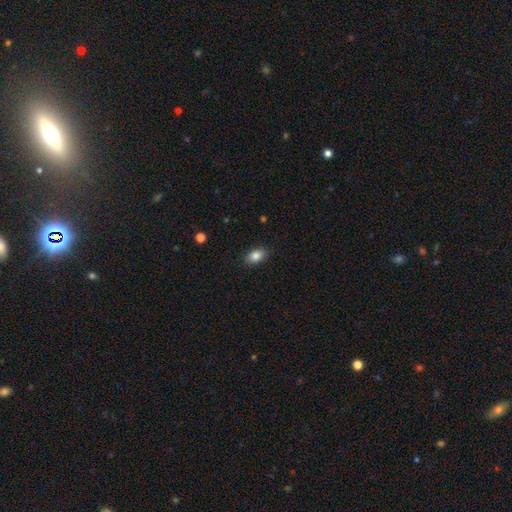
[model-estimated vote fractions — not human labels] This appears to be a smooth galaxy with no disk features (85%) that is in between round and cigar-shaped (85%). Merging: none (87%).